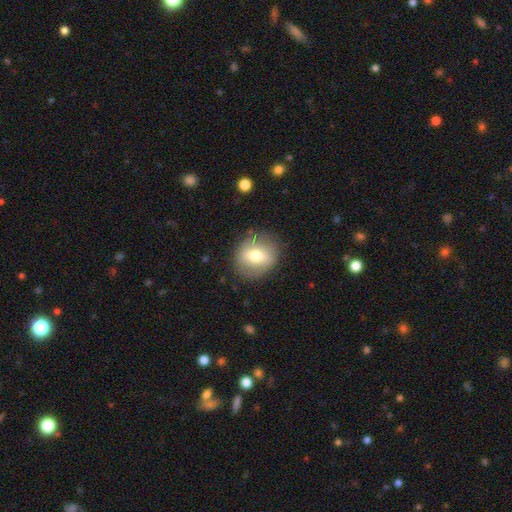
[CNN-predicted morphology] smooth-or-featured: smooth: 61% | featured or disk: 31% | star or artifact: 8%
  how-rounded: round: 71% | in between: 28% | cigar-shaped: 1%
  merging: none: 82% | minor disturbance: 12% | major disturbance: 4% | merger: 1%